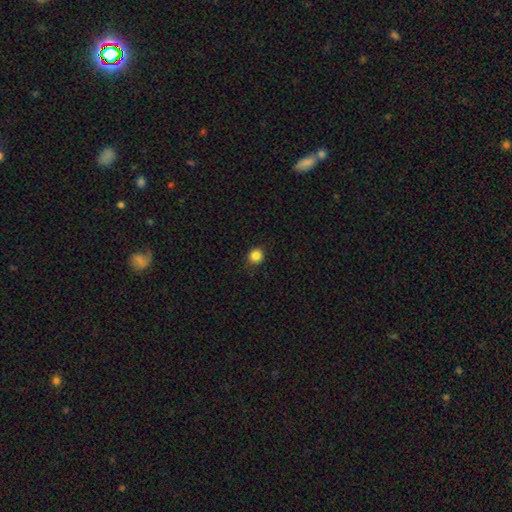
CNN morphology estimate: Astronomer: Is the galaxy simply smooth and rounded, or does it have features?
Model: smooth — 85%.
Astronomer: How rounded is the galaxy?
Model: round — 88%.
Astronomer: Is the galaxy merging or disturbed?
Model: none — 89%.